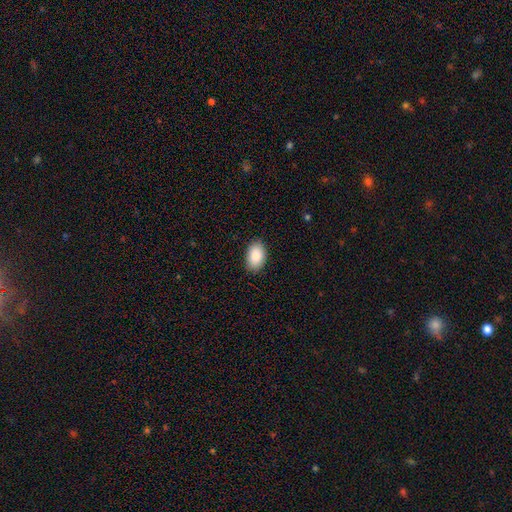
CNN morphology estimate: Overall: smooth (88%). How rounded: in between (92%). Merging: none (87%).